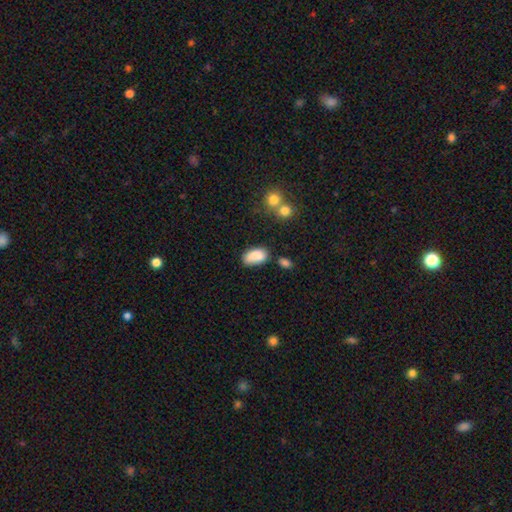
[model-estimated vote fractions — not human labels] Smooth or featured?
  - smooth: 86% *
  - star or artifact: 8%
  - featured or disk: 7%
How rounded?
  - in between: 93% *
  - round: 4%
  - cigar-shaped: 2%
Merging?
  - none: 63% *
  - minor disturbance: 24%
  - merger: 8%
  - major disturbance: 5%